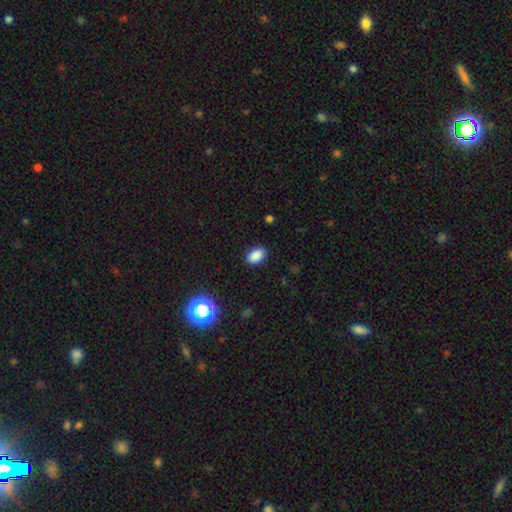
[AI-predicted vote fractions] smooth_or_featured: smooth (p=0.87) [alt: star or artifact p=0.10]
how_rounded: in between (p=0.92) [alt: round p=0.06]
merging: none (p=0.88) [alt: minor disturbance p=0.09]